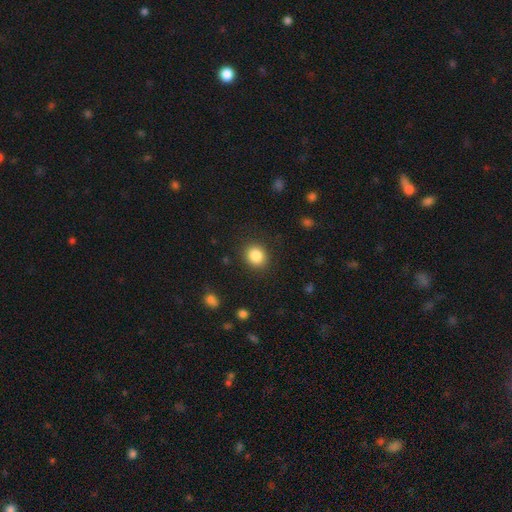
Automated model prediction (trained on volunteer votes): smooth-or-featured: smooth: 86% | star or artifact: 9% | featured or disk: 5%
  how-rounded: round: 76% | in between: 23% | cigar-shaped: 1%
  merging: none: 88% | minor disturbance: 8% | major disturbance: 3% | merger: 1%